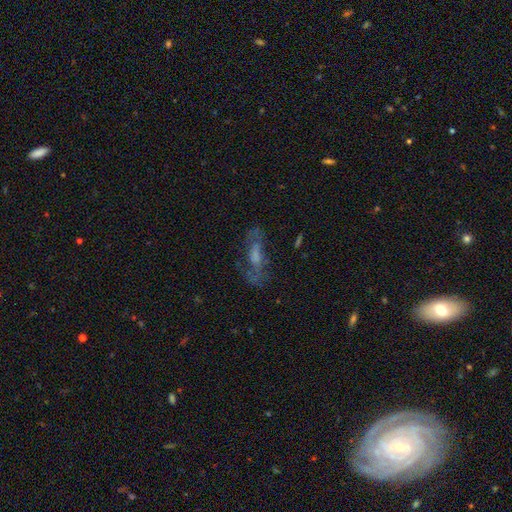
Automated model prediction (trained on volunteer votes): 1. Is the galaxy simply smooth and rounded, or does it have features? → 60% featured or disk, 27% smooth, 13% star or artifact.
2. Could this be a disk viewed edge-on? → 82% no, 18% yes.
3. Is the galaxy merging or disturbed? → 59% none, 19% major disturbance, 19% minor disturbance, 3% merger.